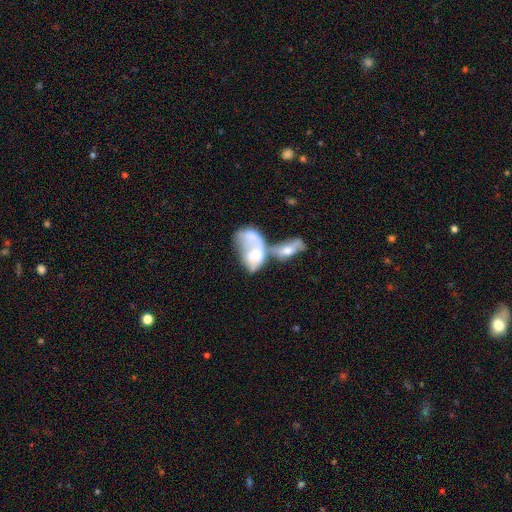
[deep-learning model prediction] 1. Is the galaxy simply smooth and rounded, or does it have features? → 48% featured or disk, 44% smooth, 8% star or artifact.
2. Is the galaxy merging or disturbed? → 79% merger, 10% major disturbance, 6% none, 4% minor disturbance.